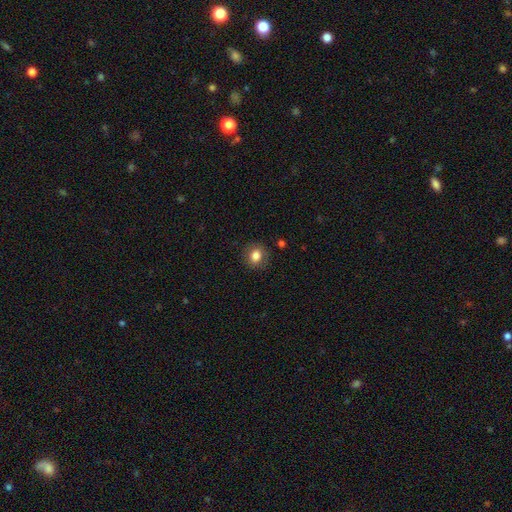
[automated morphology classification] This is clearly a smooth galaxy (82%). How rounded: likely round (71%). Merging: clearly none (86%).